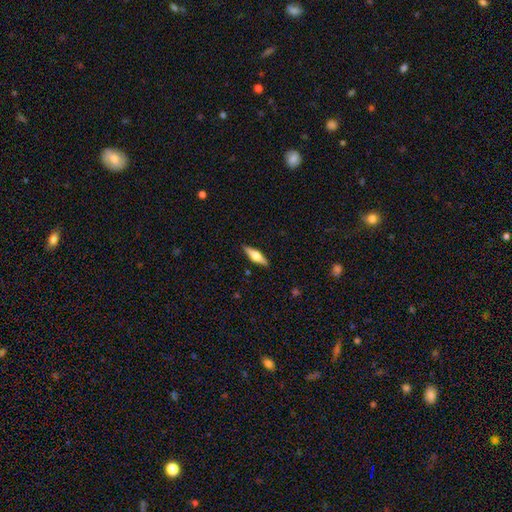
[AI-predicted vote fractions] featured or disk 54%, smooth 40%, star or artifact 6%. Down the decision tree: edge-on disk — yes (95%); edge-on bulge — rounded (91%); merging — none (89%).